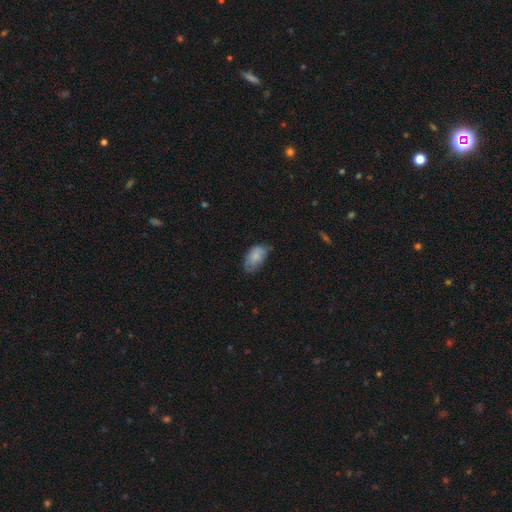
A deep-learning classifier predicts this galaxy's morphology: Overall: smooth (79%). How rounded: in between (93%). Merging: none (52%; minor disturbance 37%).